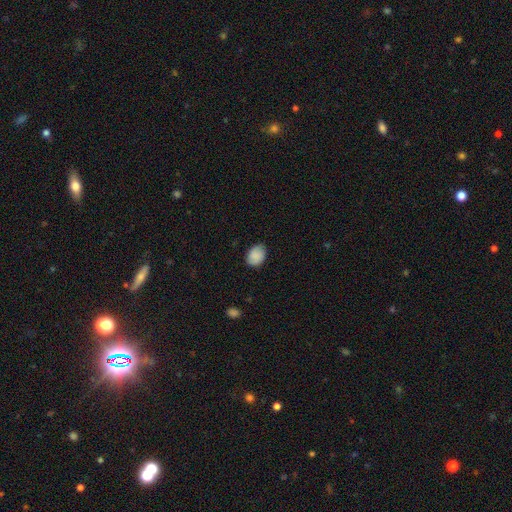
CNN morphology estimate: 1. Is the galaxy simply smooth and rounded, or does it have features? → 85% smooth, 7% featured or disk, 7% star or artifact.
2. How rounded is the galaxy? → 62% in between, 37% round, 1% cigar-shaped.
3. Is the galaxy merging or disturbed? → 78% none, 17% minor disturbance, 3% major disturbance, 1% merger.